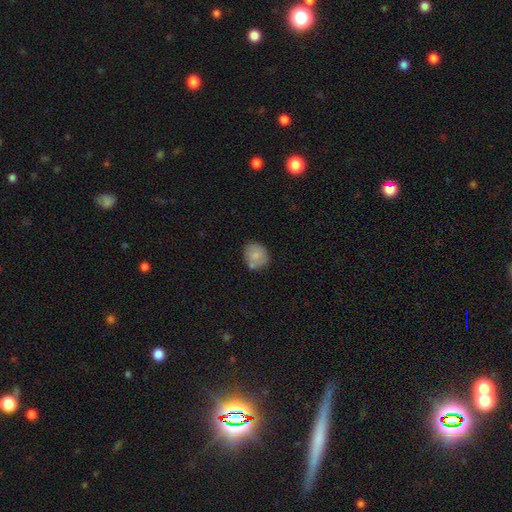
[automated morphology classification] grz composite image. It shows a smooth galaxy with no disk features (82%) that is round (70%). Merging: none (64%).